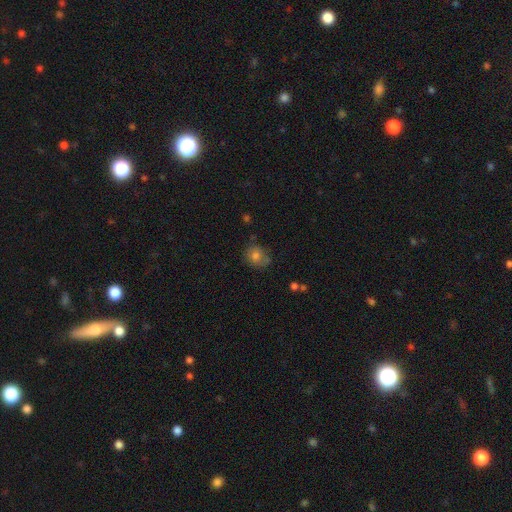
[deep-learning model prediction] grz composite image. It shows a smooth galaxy with no disk features (75%) that is round (70%). Merging: none (63%).